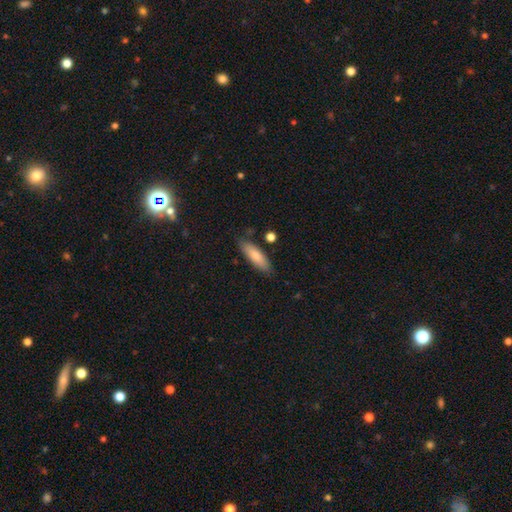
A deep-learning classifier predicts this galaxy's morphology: Overall: smooth (79%). How rounded: cigar-shaped (50%; in between 49%). Merging: none (81%).